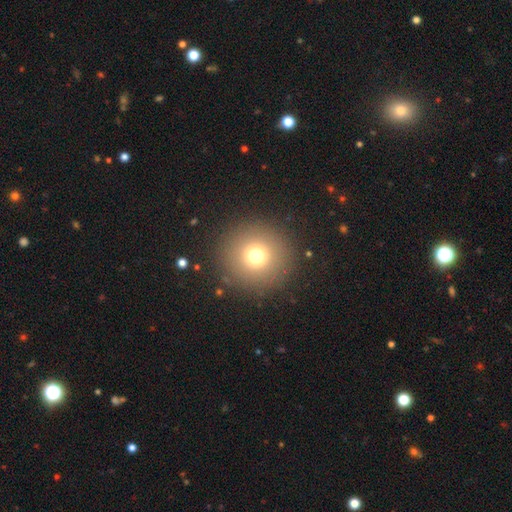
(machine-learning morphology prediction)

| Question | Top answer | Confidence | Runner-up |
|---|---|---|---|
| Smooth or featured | smooth | 73% | star or artifact (16%) |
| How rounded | round | 96% | in between (3%) |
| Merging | none | 90% | minor disturbance (5%) |